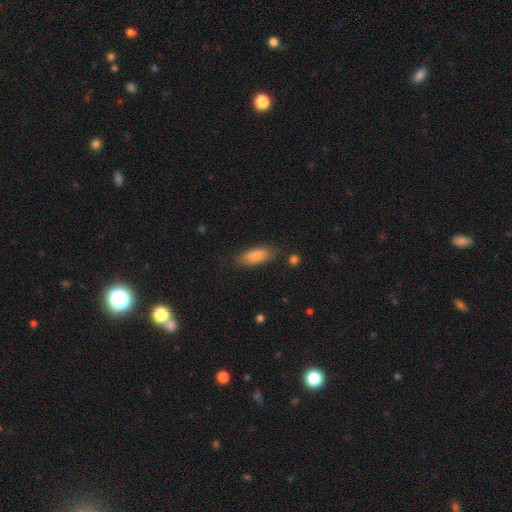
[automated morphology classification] Smooth or featured? Predicted: smooth (p=0.86). How rounded? Predicted: in between (p=0.72). Merging? Predicted: none (p=0.80).